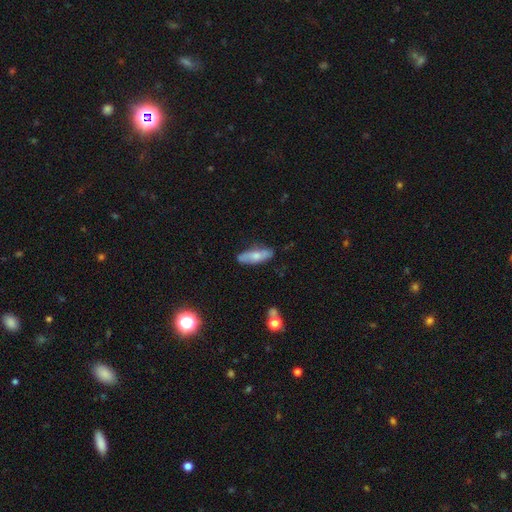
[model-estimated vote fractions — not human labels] Smooth or featured?
  - smooth: 62% *
  - featured or disk: 32%
  - star or artifact: 6%
How rounded?
  - in between: 51% *
  - cigar-shaped: 46%
  - round: 2%
Merging?
  - none: 77% *
  - minor disturbance: 18%
  - major disturbance: 3%
  - merger: 2%